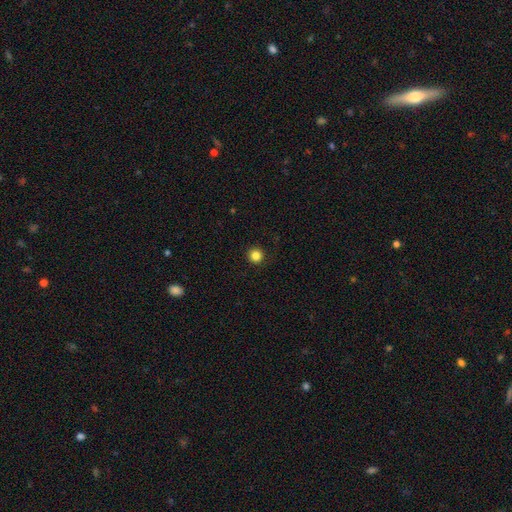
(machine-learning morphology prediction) A smooth galaxy with no disk features (84%) that is round (96%). Merging: none (93%).